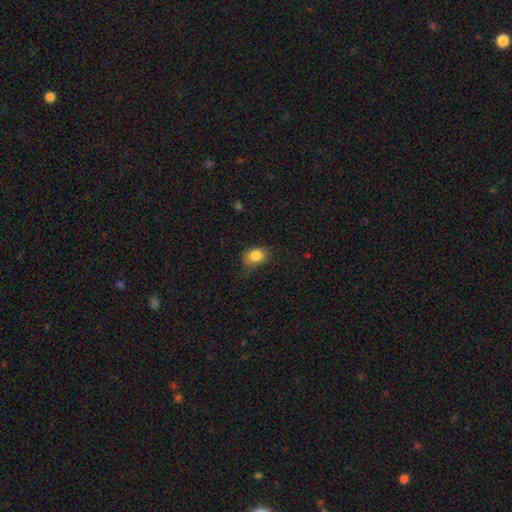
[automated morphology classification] A smooth galaxy with no disk features (84%) that is in between round and cigar-shaped (59%). Merging: none (62%).